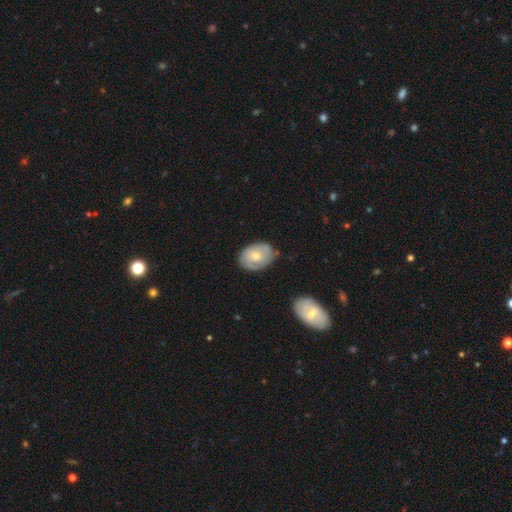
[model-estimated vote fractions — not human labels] A smooth galaxy with no disk features (52%) that is in between round and cigar-shaped (76%).

Vote fractions:
- Smooth or featured? smooth: 52% / featured or disk: 42% / star or artifact: 6%
- How rounded? in between: 76% / round: 23% / cigar-shaped: 1%
- Merging? none: 69% / minor disturbance: 24% / major disturbance: 5% / merger: 2%